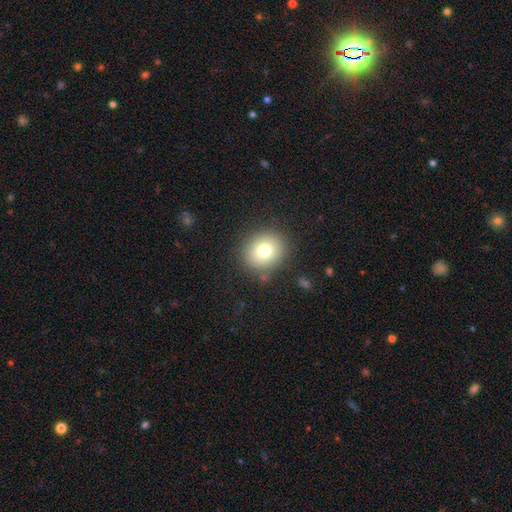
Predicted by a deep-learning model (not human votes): smooth-or-featured: smooth: 67% | star or artifact: 24% | featured or disk: 9%
  how-rounded: round: 82% | in between: 17% | cigar-shaped: 1%
  merging: none: 89% | minor disturbance: 7% | major disturbance: 3% | merger: 2%